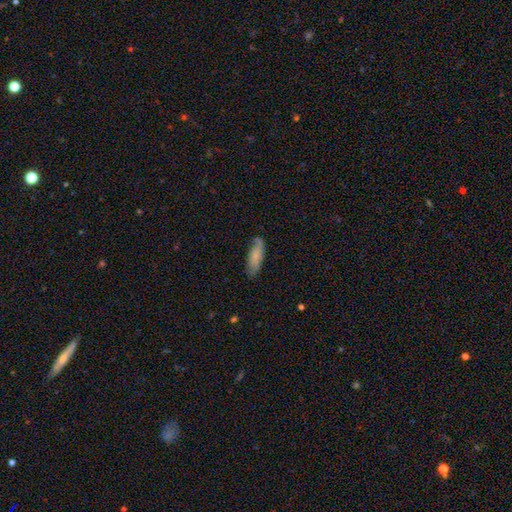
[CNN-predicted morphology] This is likely a smooth galaxy (72%). How rounded: likely in between (63%). Merging: likely none (68%).